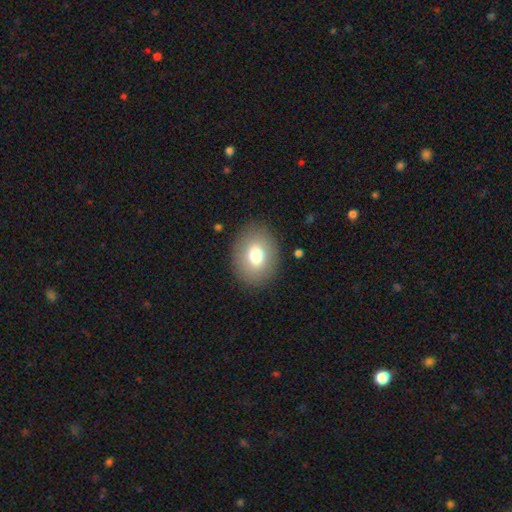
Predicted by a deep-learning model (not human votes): Smooth or featured? smooth (75%)
How rounded? in between (56%)
Merging? none (87%)